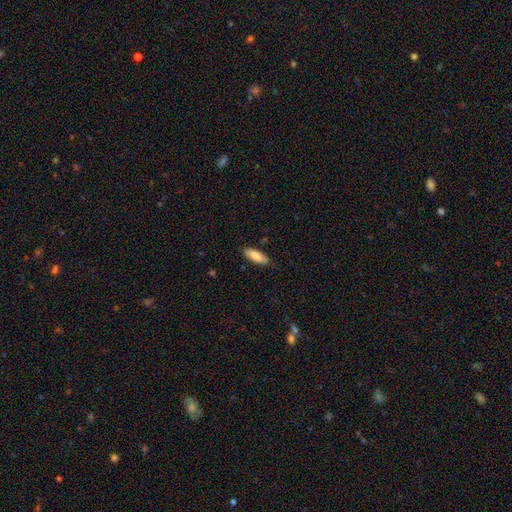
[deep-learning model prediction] Smooth or featured? Predicted: smooth (p=0.85). How rounded? Predicted: in between (p=0.70). Merging? Predicted: none (p=0.85).